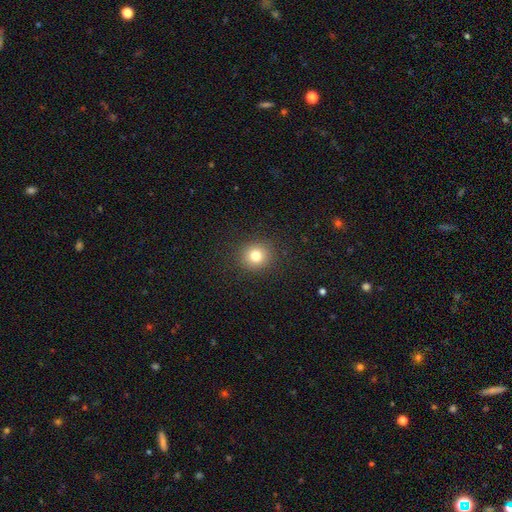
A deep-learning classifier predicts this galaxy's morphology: smooth_or_featured: smooth (p=0.79) [alt: star or artifact p=0.13]
how_rounded: round (p=0.88) [alt: in between p=0.11]
merging: none (p=0.90) [alt: minor disturbance p=0.06]